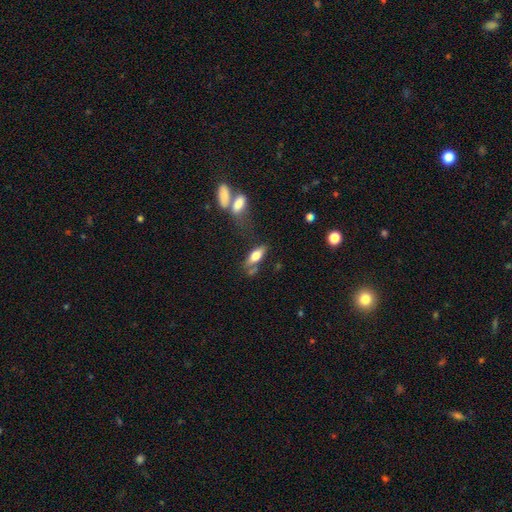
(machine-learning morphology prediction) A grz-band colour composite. It shows a smooth galaxy with no disk features (67%) that is in between round and cigar-shaped (70%). Merging: none (52%).